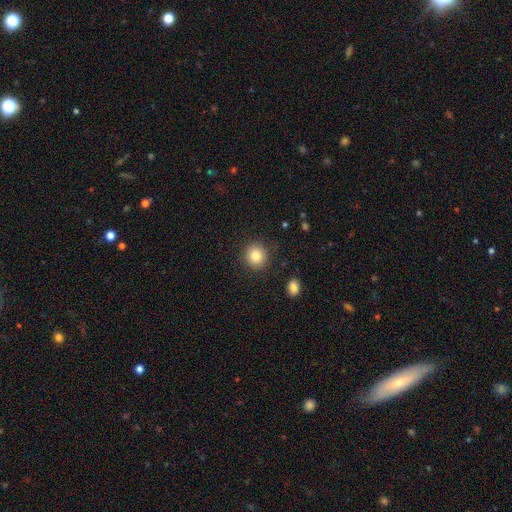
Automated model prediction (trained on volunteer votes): Q: Smooth or featured?
A: smooth (84%); runner-up: star or artifact (10%)
Q: How rounded?
A: round (90%); runner-up: in between (9%)
Q: Merging?
A: none (89%); runner-up: minor disturbance (7%)